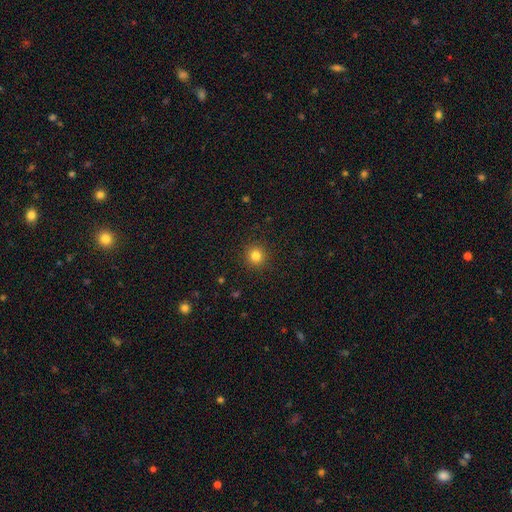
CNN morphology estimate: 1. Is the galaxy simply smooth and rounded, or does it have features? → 82% smooth, 13% star or artifact, 5% featured or disk.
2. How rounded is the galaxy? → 94% round, 5% in between, 1% cigar-shaped.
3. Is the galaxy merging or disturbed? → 92% none, 5% minor disturbance, 2% major disturbance, 1% merger.